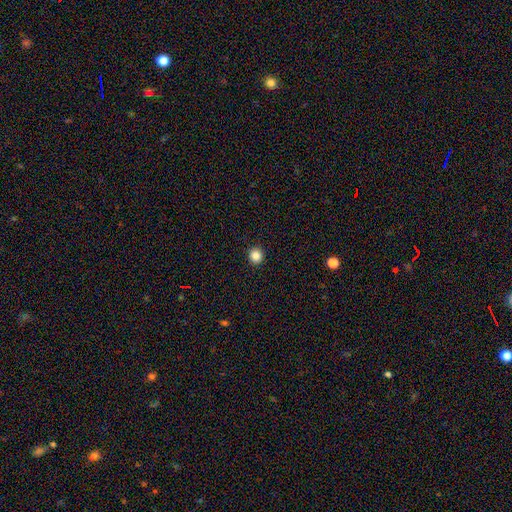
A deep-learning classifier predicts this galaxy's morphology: The model was most divided on "smooth or featured": smooth: 86%, star or artifact: 11%, featured or disk: 3%. More confident: merging — none (93%); how rounded — round (91%).